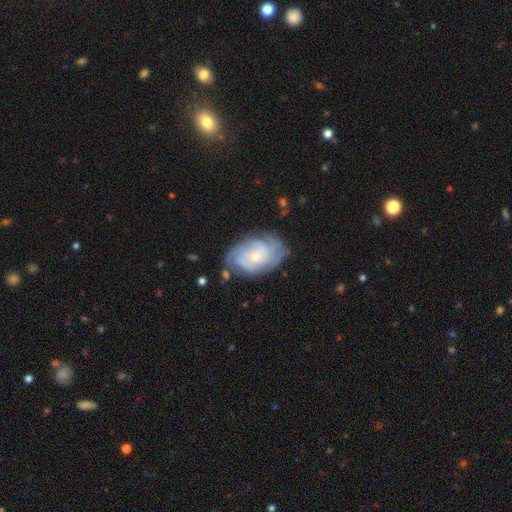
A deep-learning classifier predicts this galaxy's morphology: A featured or disk galaxy (81%) with no bar (72%), tight (65%) spiral arms (95%) and a small central bulge (60%). Merging: none (70%).